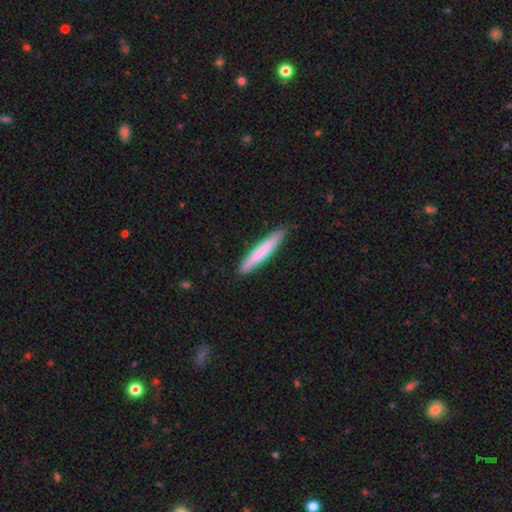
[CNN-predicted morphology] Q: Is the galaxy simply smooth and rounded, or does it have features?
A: smooth — 71%.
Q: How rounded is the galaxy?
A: cigar-shaped — 94%.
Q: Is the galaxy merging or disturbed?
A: none — 87%.